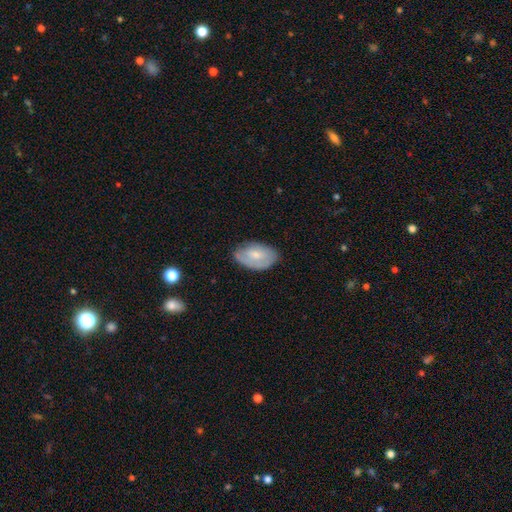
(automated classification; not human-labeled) This appears to be a smooth galaxy with no disk features (54%) that is in between round and cigar-shaped (92%). Merging: none (71%).